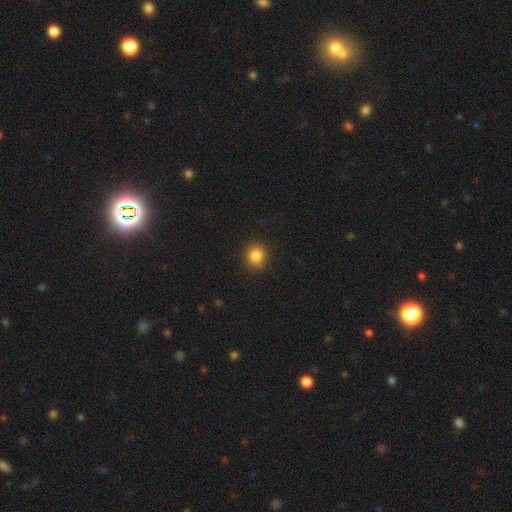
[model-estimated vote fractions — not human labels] Overall: smooth (84%). How rounded: round (87%). Merging: none (89%).